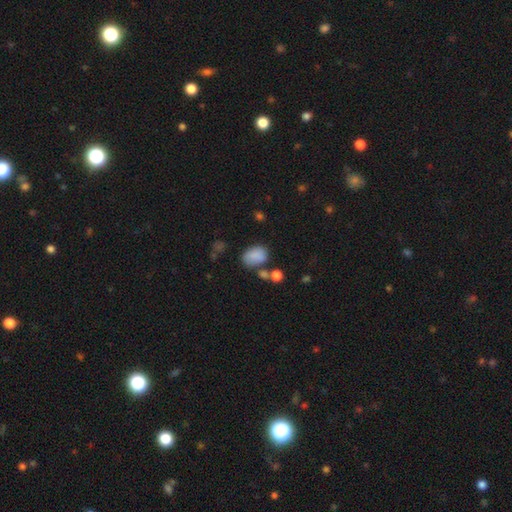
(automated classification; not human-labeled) A smooth galaxy with no disk features (82%) that is in between round and cigar-shaped (75%).

Vote fractions:
- Smooth or featured? smooth: 82% / star or artifact: 10% / featured or disk: 8%
- How rounded? in between: 75% / round: 23% / cigar-shaped: 1%
- Merging? none: 57% / minor disturbance: 20% / merger: 15% / major disturbance: 8%